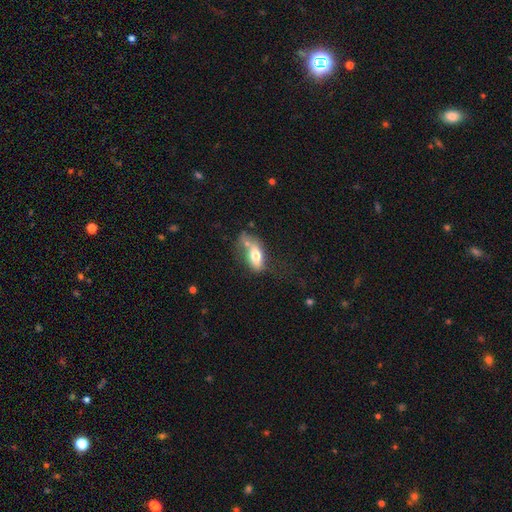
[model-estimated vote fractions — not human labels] A smooth galaxy with no disk features (68%) that is in between round and cigar-shaped (80%). Merging: none (34%).